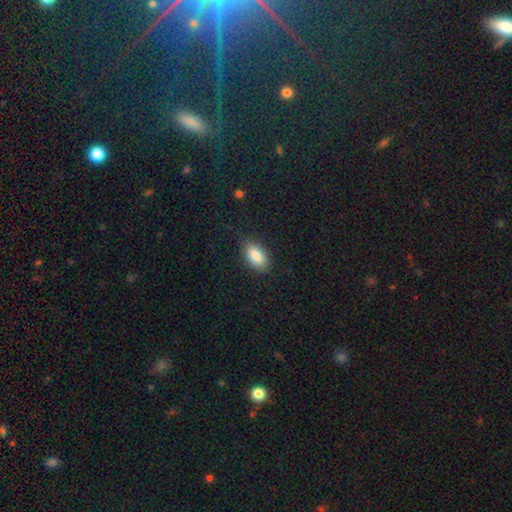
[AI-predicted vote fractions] Q: Smooth or featured?
A: smooth (86%); runner-up: star or artifact (7%)
Q: How rounded?
A: in between (92%); runner-up: cigar-shaped (5%)
Q: Merging?
A: none (83%); runner-up: minor disturbance (13%)